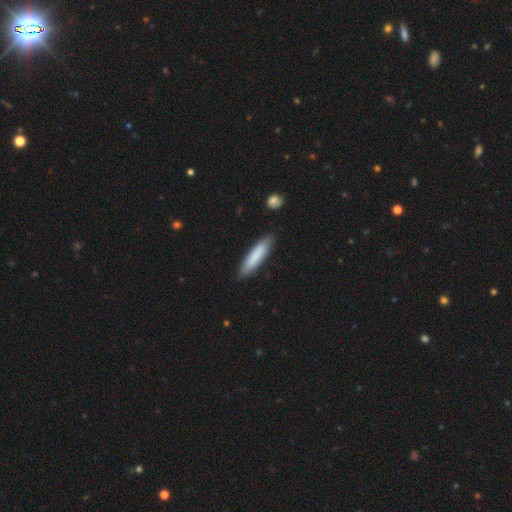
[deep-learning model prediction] smooth_or_featured: smooth (p=0.81) [alt: featured or disk p=0.13]
how_rounded: cigar-shaped (p=0.80) [alt: in between p=0.18]
merging: none (p=0.86) [alt: minor disturbance p=0.11]